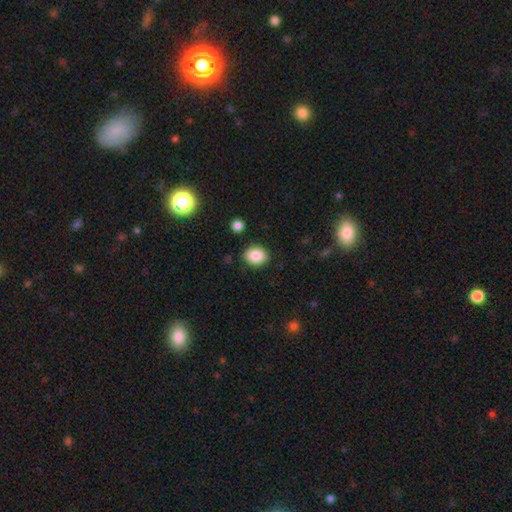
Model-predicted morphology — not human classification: Smooth or featured? Predicted: smooth (p=0.86). How rounded? Predicted: round (p=0.53). Merging? Predicted: none (p=0.87).